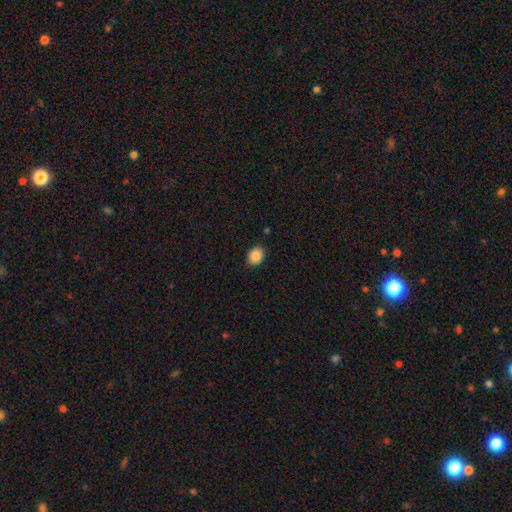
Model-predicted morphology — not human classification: smooth-or-featured: smooth: 88% | star or artifact: 8% | featured or disk: 3%
  how-rounded: in between: 51% | round: 48% | cigar-shaped: 1%
  merging: none: 86% | minor disturbance: 10% | major disturbance: 2% | merger: 1%